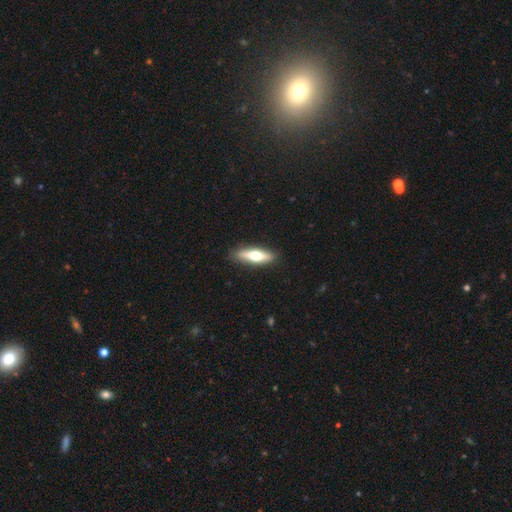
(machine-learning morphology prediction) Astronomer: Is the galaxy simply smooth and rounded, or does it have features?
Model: smooth — 53% (runner-up: featured or disk, 41%).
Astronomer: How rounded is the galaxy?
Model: cigar-shaped — 63%.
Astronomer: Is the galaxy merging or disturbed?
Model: none — 88%.